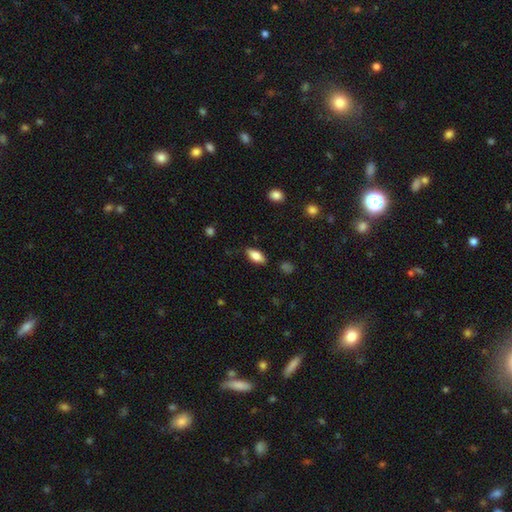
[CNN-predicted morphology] smooth-or-featured: smooth: 76% | featured or disk: 17% | star or artifact: 7%
  how-rounded: in between: 85% | cigar-shaped: 12% | round: 3%
  merging: none: 81% | minor disturbance: 14% | major disturbance: 3% | merger: 1%